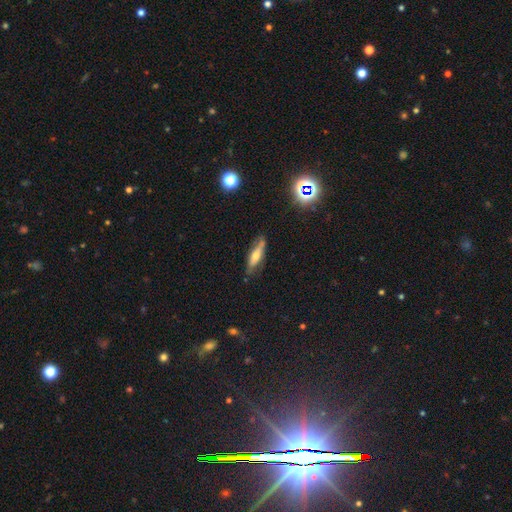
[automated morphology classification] smooth-or-featured: featured or disk: 47% | smooth: 44% | star or artifact: 9%
  merging: none: 75% | minor disturbance: 19% | major disturbance: 4% | merger: 2%